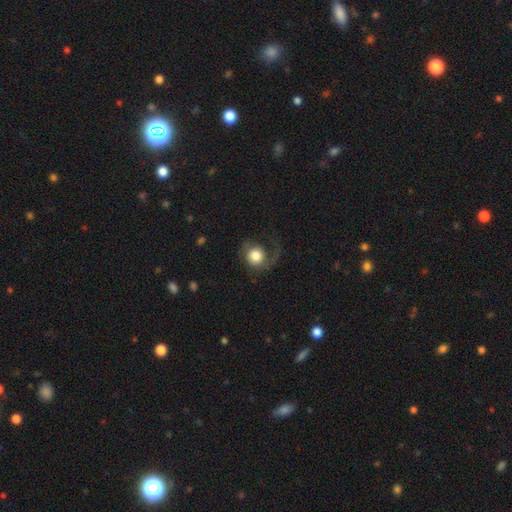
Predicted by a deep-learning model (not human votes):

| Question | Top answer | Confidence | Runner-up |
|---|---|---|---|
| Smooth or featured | smooth | 61% | featured or disk (31%) |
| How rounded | round | 85% | in between (14%) |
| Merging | none | 47% | major disturbance (32%) |